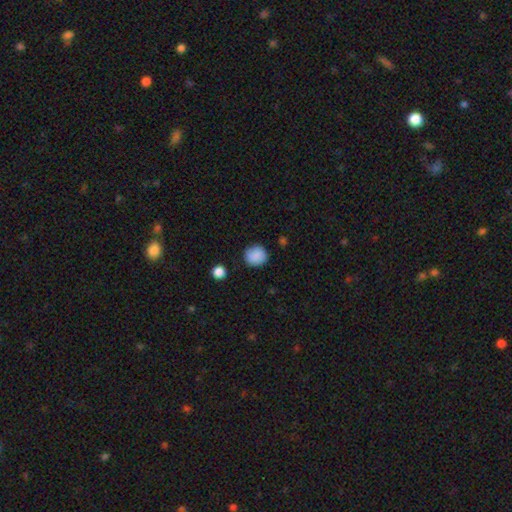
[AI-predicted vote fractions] Smooth or featured: smooth — 88% (star or artifact — 9%)
How rounded: round — 88% (in between — 11%)
Merging: none — 85% (minor disturbance — 11%)